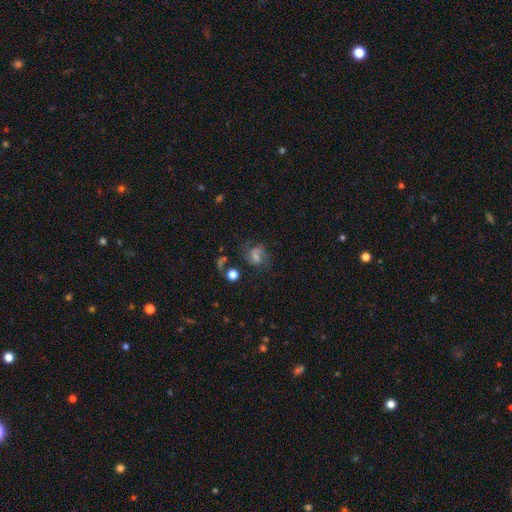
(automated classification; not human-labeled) A featured or disk galaxy (58%) with a weak bar (50%), spiral arms (88%) and a small central bulge (34%).

Vote fractions:
- Smooth or featured? featured or disk: 58% / smooth: 29% / star or artifact: 13%
- Edge-on disk? no: 97% / yes: 3%
- Bar? weak: 50% / no: 30% / strong: 21%
- Spiral arms? yes: 88% / no: 12%
- Bulge size? small: 34% / none: 30% / moderate: 26% / large: 7% / dominant: 2%
- Merging? none: 55% / minor disturbance: 21% / major disturbance: 19% / merger: 6%